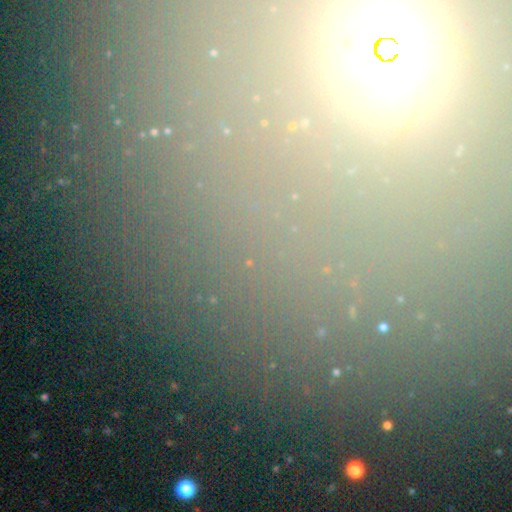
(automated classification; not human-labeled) The model was most divided on "smooth or featured": star or artifact: 65%, smooth: 22%, featured or disk: 13%.